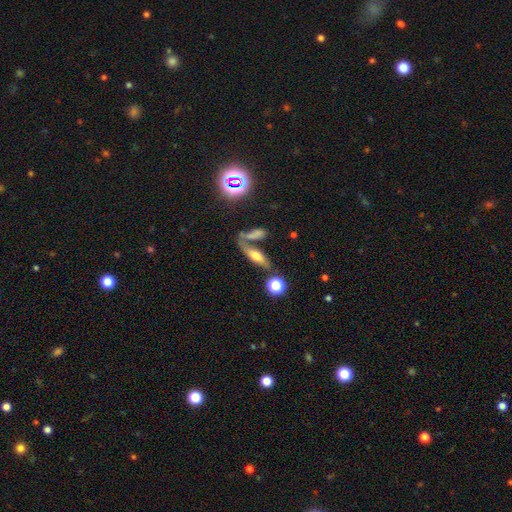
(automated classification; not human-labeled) Overall: smooth (49%; featured or disk 38%). Merging: none (50%; merger 27%).